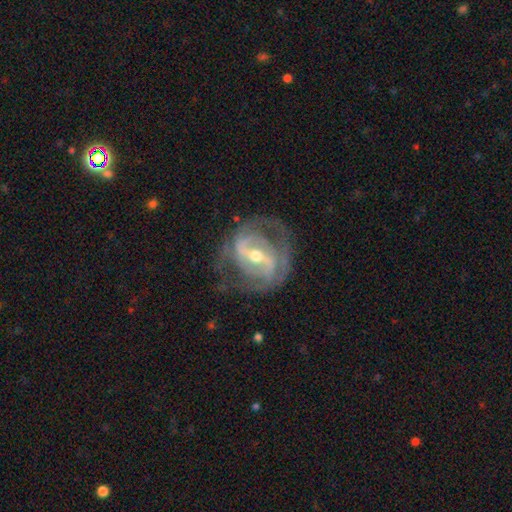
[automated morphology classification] A featured or disk galaxy (87%) with a strong bar (54%), 2 (63%) tight (44%) spiral arms (87%) and a moderate central bulge (60%).

Vote fractions:
- Smooth or featured? featured or disk: 87% / smooth: 8% / star or artifact: 5%
- Edge-on disk? no: 96% / yes: 4%
- Bar? strong: 54% / weak: 33% / no: 12%
- Spiral arms? yes: 87% / no: 13%
- Spiral winding? tight: 44% / medium: 41% / loose: 15%
- Spiral arm count? 2: 63% / can't tell: 18% / 3: 10% / 1: 4% / 4: 3% / more than 4: 2%
- Bulge size? moderate: 60% / small: 35% / large: 3% / none: 1% / dominant: 1%
- Merging? none: 65% / minor disturbance: 18% / major disturbance: 15% / merger: 1%